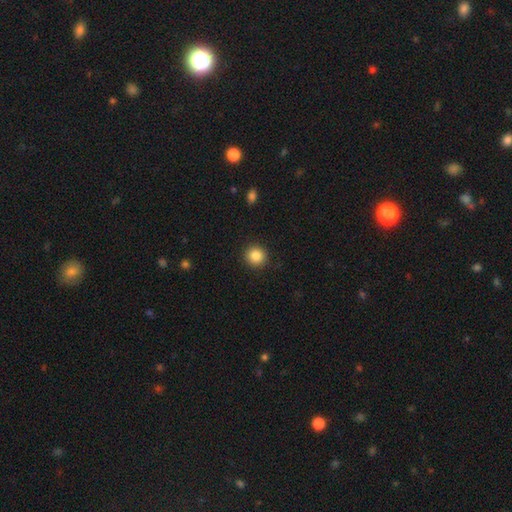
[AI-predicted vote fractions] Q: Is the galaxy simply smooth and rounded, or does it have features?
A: smooth — 86%.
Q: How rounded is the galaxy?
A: round — 93%.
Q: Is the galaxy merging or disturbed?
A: none — 92%.